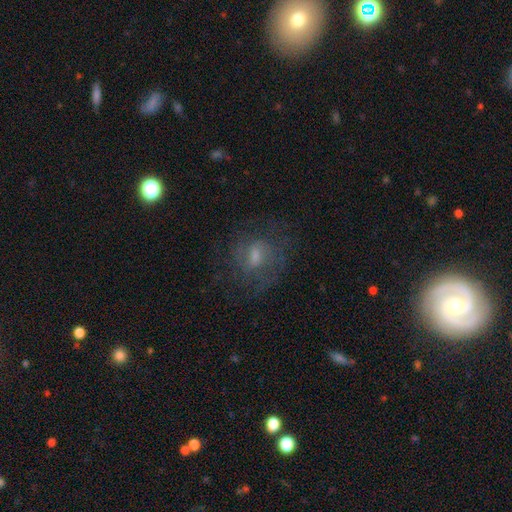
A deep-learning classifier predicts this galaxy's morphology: type=featured or disk (54%); edge-on=no (95%); bar=weak (54%); spiral arms=yes (70%); bulge=small (44%); merging=none (63%).